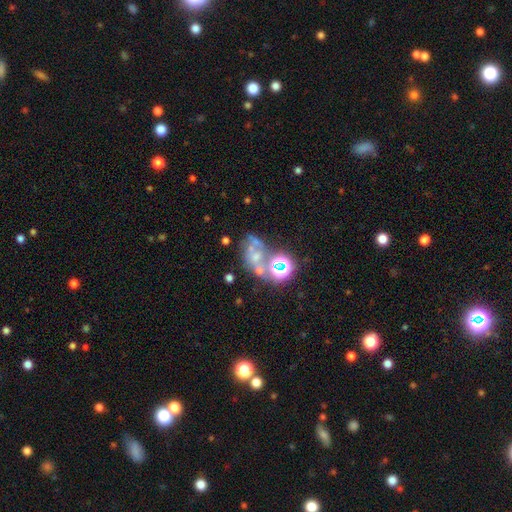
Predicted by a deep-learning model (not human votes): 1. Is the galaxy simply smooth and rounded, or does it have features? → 41% featured or disk, 32% star or artifact, 28% smooth.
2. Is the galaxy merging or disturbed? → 33% none (tied), 33% merger (tied), 20% major disturbance, 14% minor disturbance.